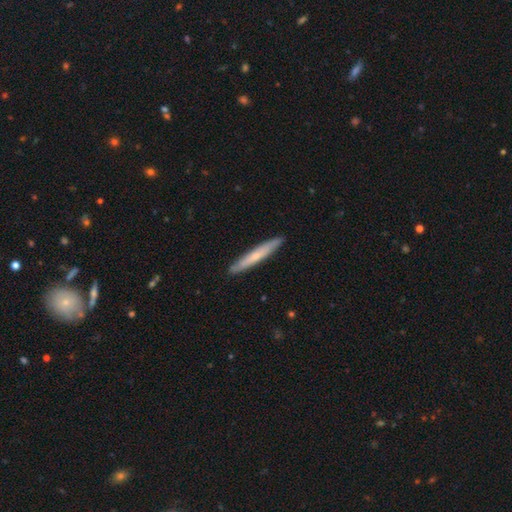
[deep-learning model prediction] Smooth or featured?
  - smooth: 57% *
  - featured or disk: 38%
  - star or artifact: 5%
How rounded?
  - cigar-shaped: 95% *
  - in between: 3%
  - round: 1%
Merging?
  - none: 91% *
  - minor disturbance: 7%
  - major disturbance: 1%
  - merger: 1%